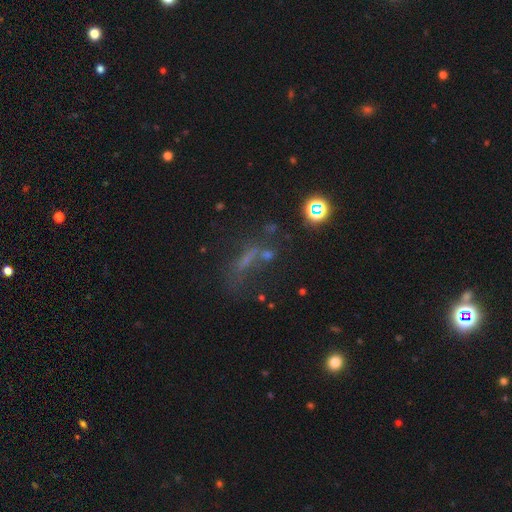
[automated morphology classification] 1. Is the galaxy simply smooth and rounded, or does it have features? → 34% smooth (tied), 34% star or artifact (tied), 31% featured or disk.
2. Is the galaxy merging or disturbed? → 42% none, 28% major disturbance, 17% minor disturbance, 13% merger.